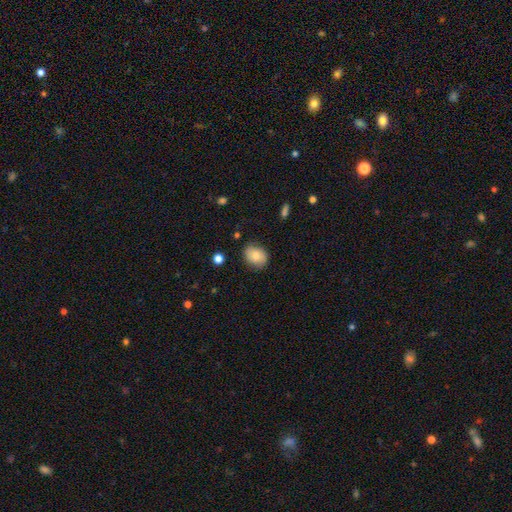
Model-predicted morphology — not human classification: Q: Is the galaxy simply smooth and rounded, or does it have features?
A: smooth — 75%.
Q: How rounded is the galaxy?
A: in between — 55%.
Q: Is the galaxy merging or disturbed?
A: none — 80%.